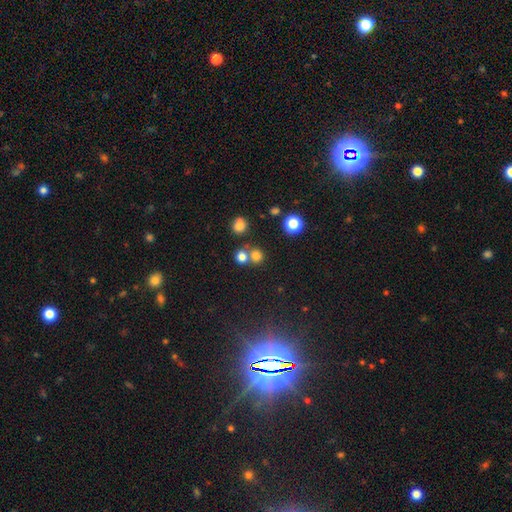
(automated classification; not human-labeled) Morphology: type=smooth (74%); roundness=round (85%); merging=none (57%).